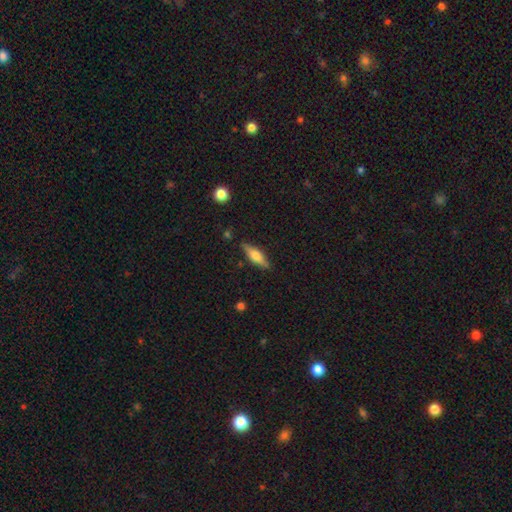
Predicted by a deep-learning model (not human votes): Smooth or featured? smooth (53%)
How rounded? cigar-shaped (52%)
Merging? none (83%)